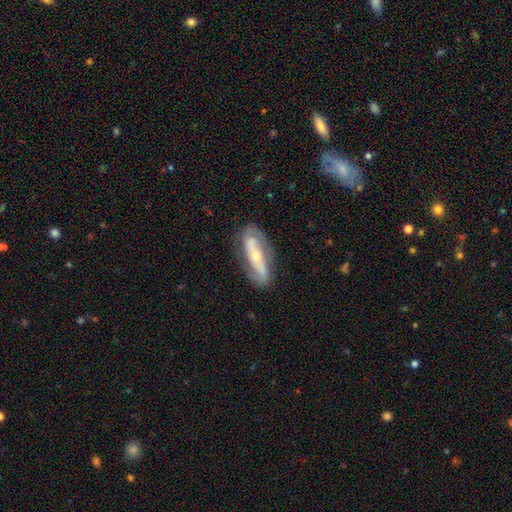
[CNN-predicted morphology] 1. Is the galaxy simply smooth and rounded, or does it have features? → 77% featured or disk, 18% smooth, 5% star or artifact.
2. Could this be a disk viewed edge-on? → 82% no, 18% yes.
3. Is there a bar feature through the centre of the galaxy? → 45% strong, 34% no, 21% weak.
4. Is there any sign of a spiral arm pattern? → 83% yes, 17% no.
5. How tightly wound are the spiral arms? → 36% medium, 35% loose, 30% tight.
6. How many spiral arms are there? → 84% 2, 9% can't tell, 4% 1, 1% 3, 1% 4, 1% more than 4.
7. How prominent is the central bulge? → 53% small, 42% moderate, 2% large, 1% none, 1% dominant.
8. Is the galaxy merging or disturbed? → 77% none, 16% minor disturbance, 6% major disturbance, 2% merger.